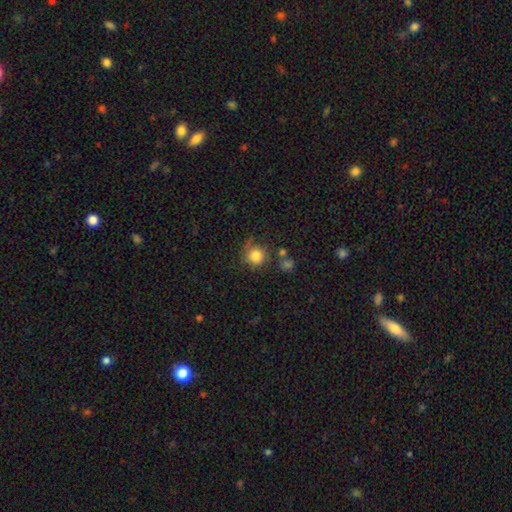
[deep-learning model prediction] Morphology: type=smooth (81%); roundness=round (91%); merging=none (66%).